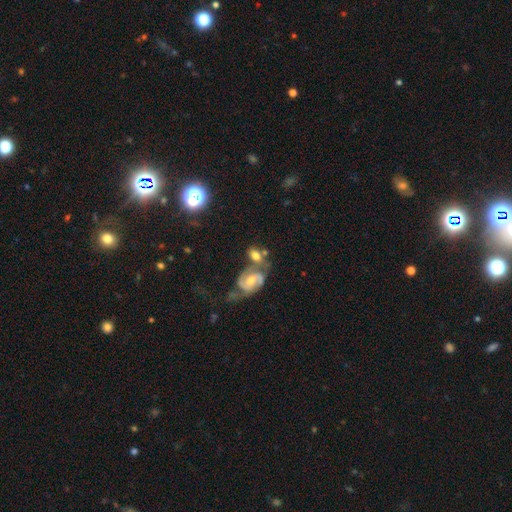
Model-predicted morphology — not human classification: The model was most divided on "merging": merger: 39%, none: 38%, minor disturbance: 14%, major disturbance: 8%. Remaining: smooth or featured — featured or disk (47%).